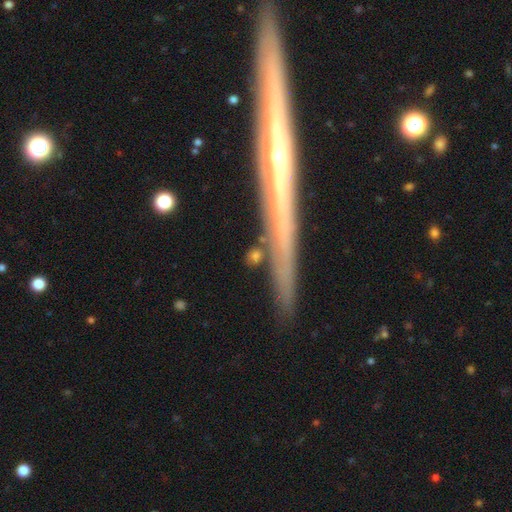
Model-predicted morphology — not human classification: The model was most divided on "how rounded": round: 48%, in between: 27%, cigar-shaped: 24%. More confident: merging — none (80%); smooth or featured — smooth (69%).